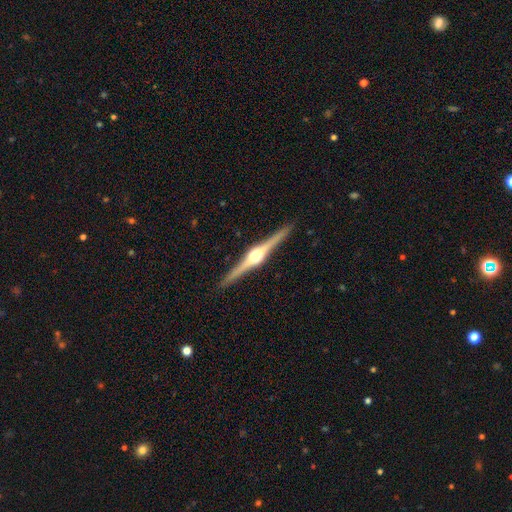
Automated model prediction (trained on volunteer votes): Overall: featured or disk (88%). Edge-on disk: yes (99%). Edge-on bulge: rounded (93%). Merging: none (92%).